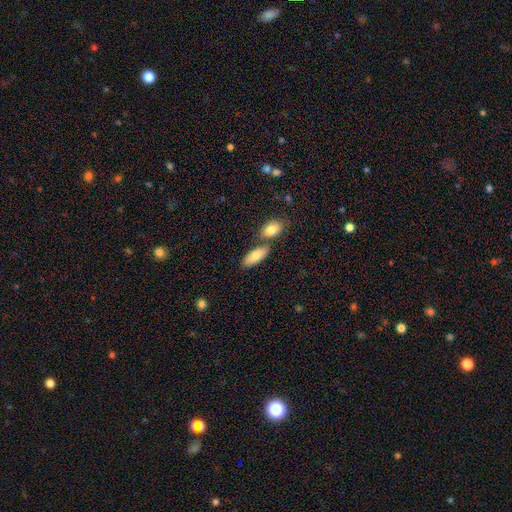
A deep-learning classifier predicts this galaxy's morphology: Smooth or featured: smooth — 77% (featured or disk — 17%)
How rounded: in between — 83% (cigar-shaped — 14%)
Merging: none — 58% (merger — 29%)